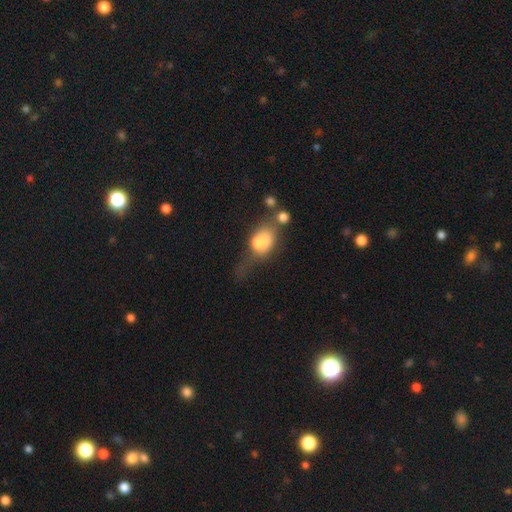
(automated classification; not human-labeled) This is likely a smooth galaxy (60%). How rounded: likely in between (62%). Merging: marginally none (30%).